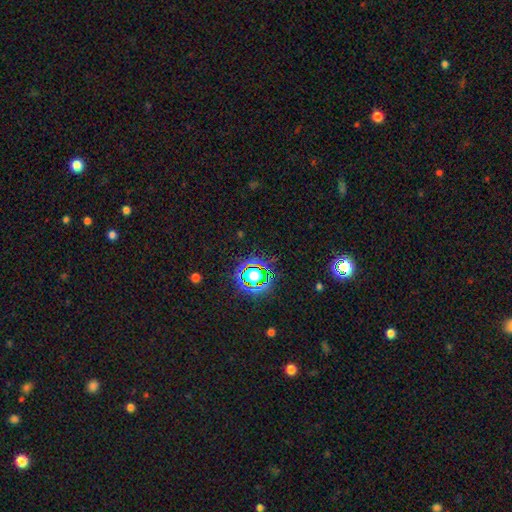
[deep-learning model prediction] star or artifact 77%, smooth 15%, featured or disk 8%.